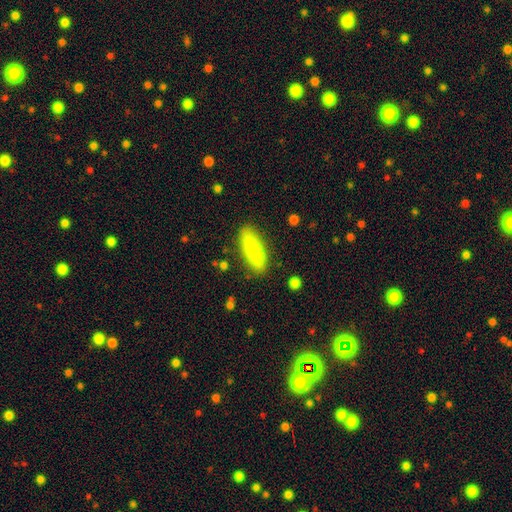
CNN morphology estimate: smooth 85%, featured or disk 8%, star or artifact 7%. Down the decision tree: how rounded — in between (57%); merging — none (82%).